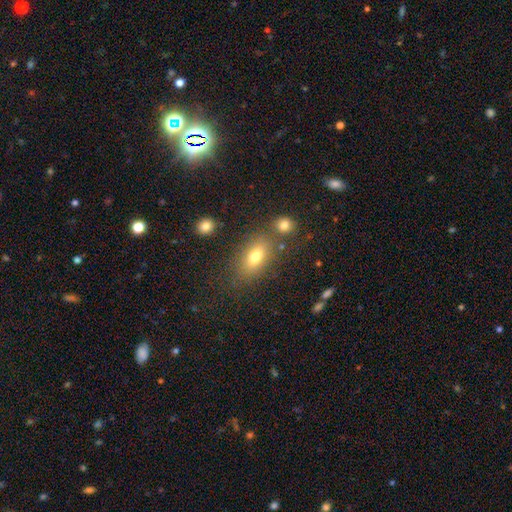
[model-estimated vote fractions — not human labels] smooth 74%, featured or disk 14%, star or artifact 11%. Down the decision tree: how rounded — in between (82%); merging — none (74%).